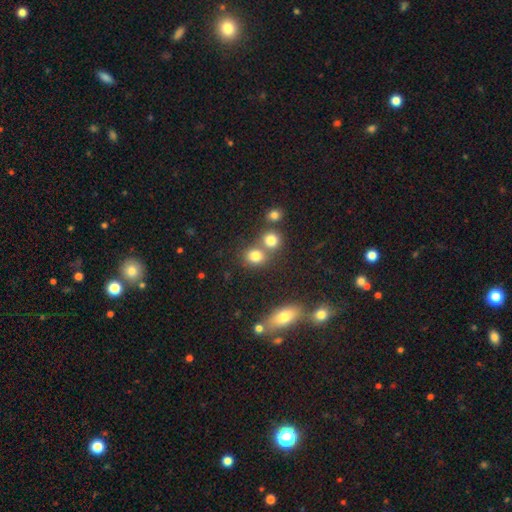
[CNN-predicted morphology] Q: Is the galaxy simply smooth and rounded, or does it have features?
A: smooth — 79%.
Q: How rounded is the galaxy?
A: round — 69%.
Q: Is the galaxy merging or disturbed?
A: none — 55%.